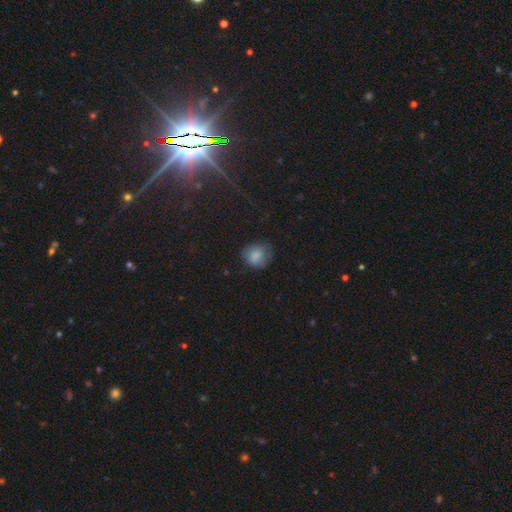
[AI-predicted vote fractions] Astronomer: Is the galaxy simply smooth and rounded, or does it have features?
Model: smooth — 81%.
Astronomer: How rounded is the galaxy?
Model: round — 73%.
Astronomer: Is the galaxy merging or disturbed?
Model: none — 65%.